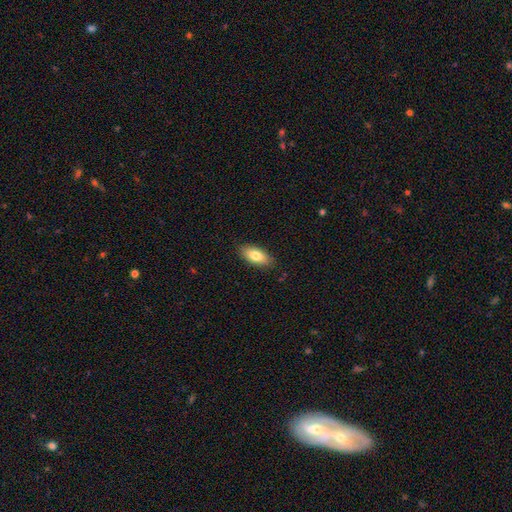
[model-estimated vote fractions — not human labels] Smooth or featured? Predicted: smooth (p=0.81). How rounded? Predicted: in between (p=0.87). Merging? Predicted: none (p=0.87).